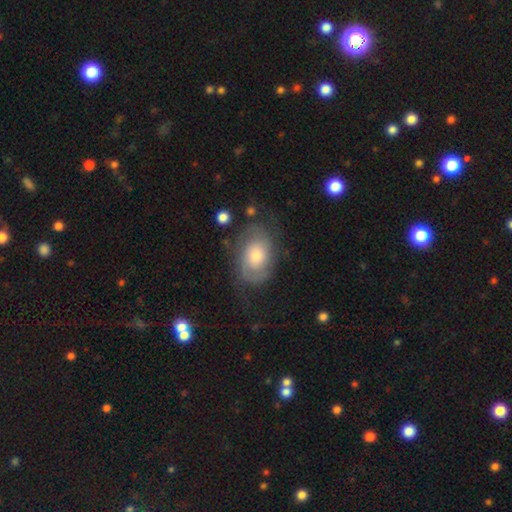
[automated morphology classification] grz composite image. It shows a featured or disk galaxy (54%) with no bar (80%), spiral arms (77%) and a moderate central bulge (54%). Merging: none (59%).